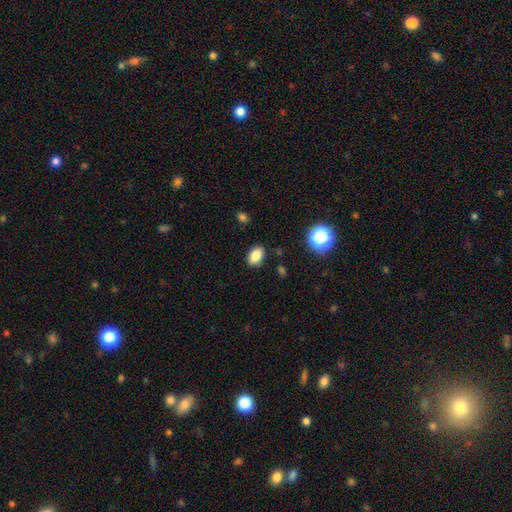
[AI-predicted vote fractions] This appears to be a smooth galaxy with no disk features (84%) that is in between round and cigar-shaped (84%). Merging: none (86%).